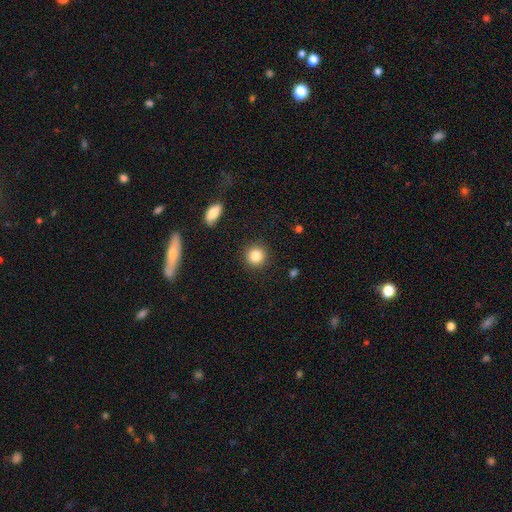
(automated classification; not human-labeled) smooth 85%, star or artifact 10%, featured or disk 6%. Down the decision tree: how rounded — round (92%); merging — none (91%).